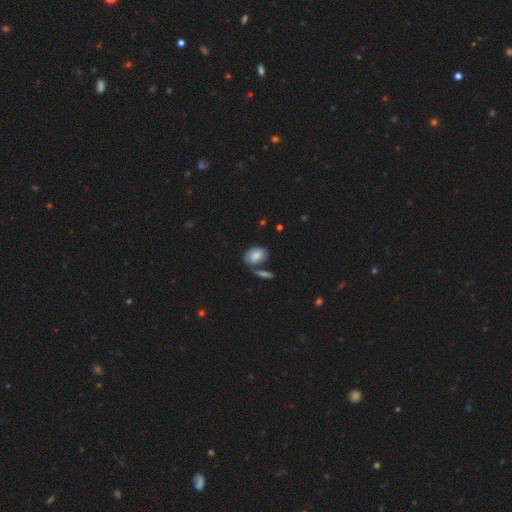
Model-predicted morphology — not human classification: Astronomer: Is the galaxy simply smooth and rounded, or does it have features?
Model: smooth — 74%.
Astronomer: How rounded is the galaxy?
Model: in between — 83%.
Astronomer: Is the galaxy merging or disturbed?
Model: none — 56%.